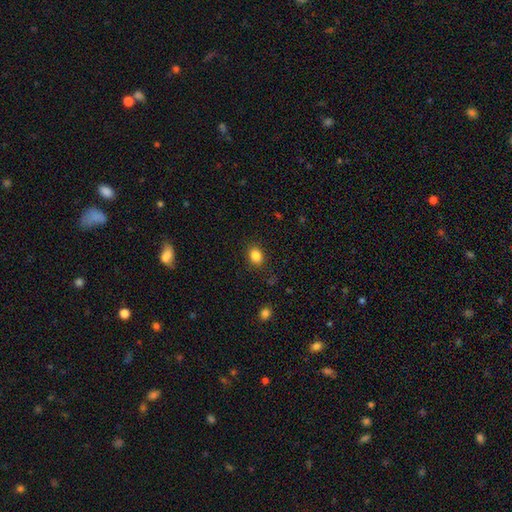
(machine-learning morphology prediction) Smooth or featured?
  - smooth: 85% *
  - star or artifact: 10%
  - featured or disk: 4%
How rounded?
  - round: 51% *
  - in between: 48%
  - cigar-shaped: 1%
Merging?
  - none: 86% *
  - minor disturbance: 9%
  - major disturbance: 3%
  - merger: 1%